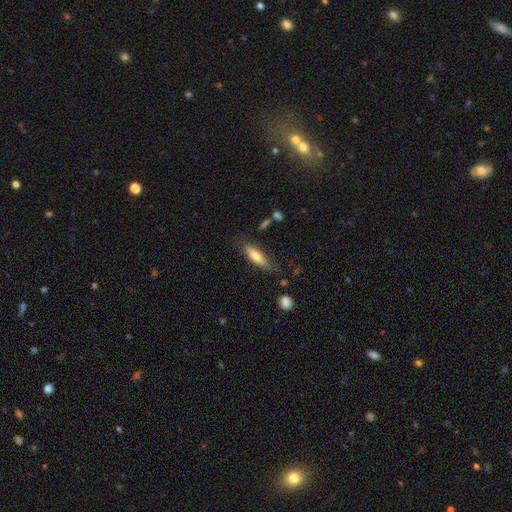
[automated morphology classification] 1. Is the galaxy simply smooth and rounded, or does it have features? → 69% smooth, 25% featured or disk, 7% star or artifact.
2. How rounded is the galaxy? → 52% in between, 46% cigar-shaped, 2% round.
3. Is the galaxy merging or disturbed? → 68% none, 22% minor disturbance, 7% major disturbance, 3% merger.